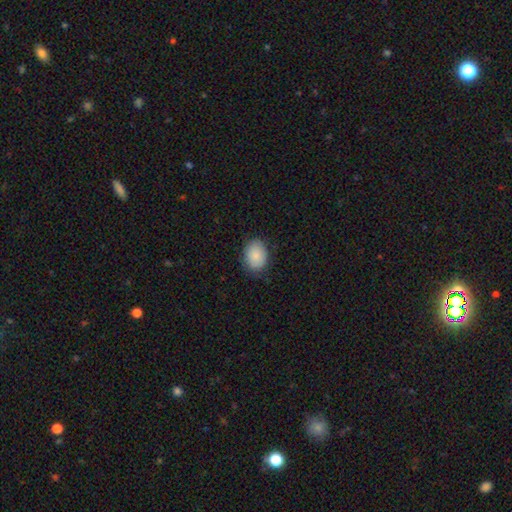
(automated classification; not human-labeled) Q: Smooth or featured?
A: smooth (87%); runner-up: star or artifact (7%)
Q: How rounded?
A: in between (67%); runner-up: round (32%)
Q: Merging?
A: none (81%); runner-up: minor disturbance (15%)